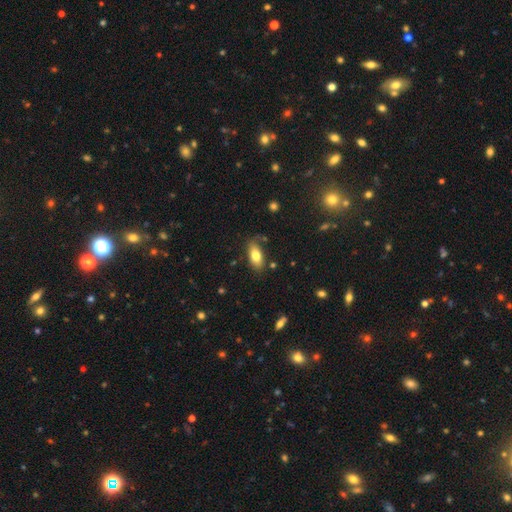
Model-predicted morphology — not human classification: smooth 75%, featured or disk 18%, star or artifact 7%. Down the decision tree: how rounded — in between (85%); merging — none (78%).